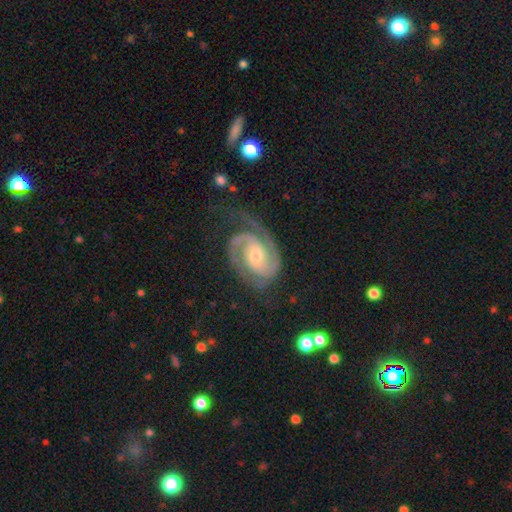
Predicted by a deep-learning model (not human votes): featured or disk 92%, star or artifact 4%, smooth 4%. Down the decision tree: edge-on disk — no (98%); bar — no (52%); spiral arms — yes (98%); spiral arm count — 2 (88%); spiral winding — tight (57%); bulge size — small (53%); merging — none (69%).